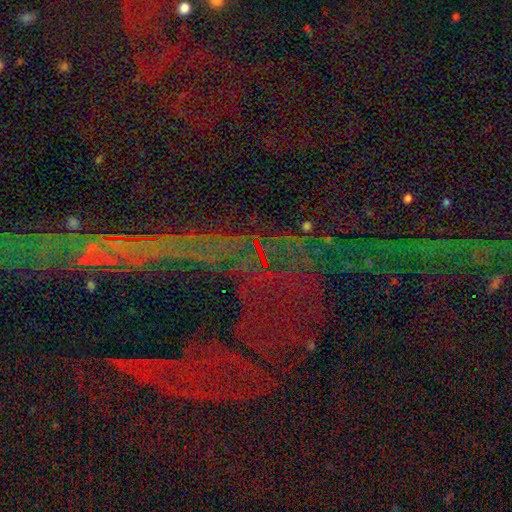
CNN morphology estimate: type=star or artifact (83%).